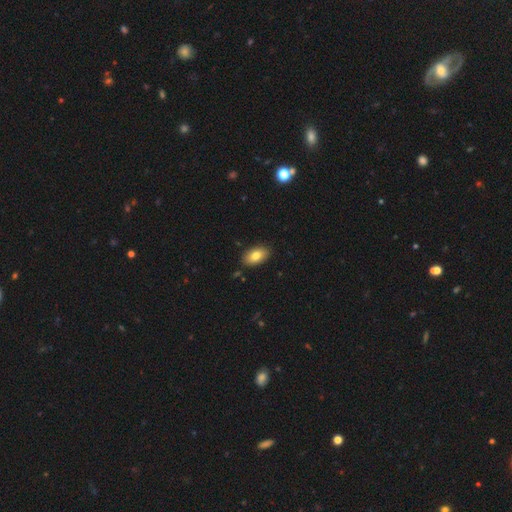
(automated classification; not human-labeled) The model was most divided on "smooth or featured": smooth: 81%, featured or disk: 12%, star or artifact: 8%. More confident: how rounded — in between (93%); merging — none (87%).